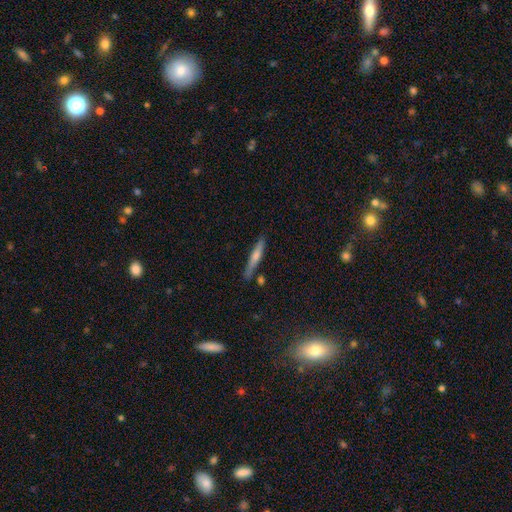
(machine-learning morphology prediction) Smooth or featured: featured or disk — 61% (smooth — 31%)
Edge-on disk: yes — 96% (no — 4%)
Edge-on bulge: rounded — 76% (none — 15%)
Merging: none — 84% (minor disturbance — 11%)